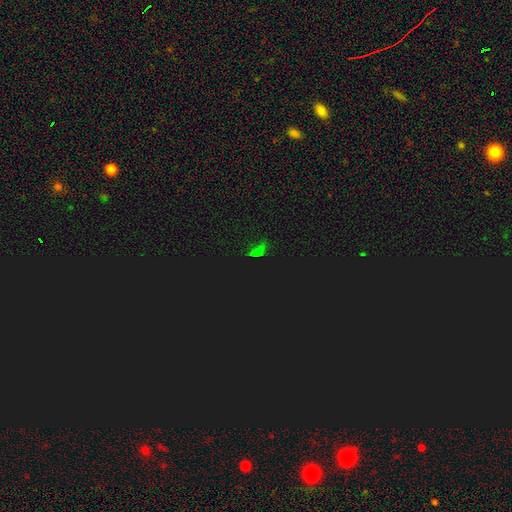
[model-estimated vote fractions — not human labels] Smooth or featured: star or artifact — 69% (smooth — 21%)